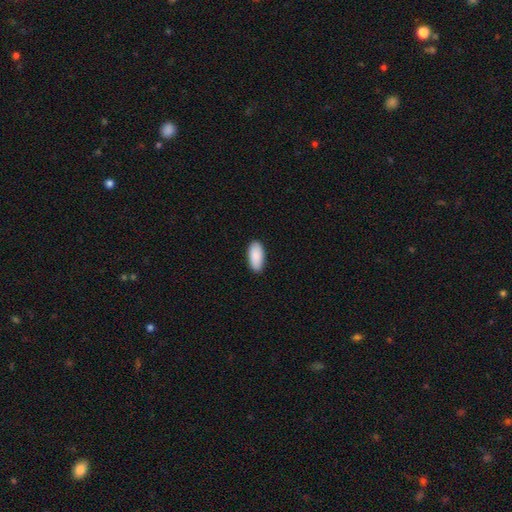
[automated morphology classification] A smooth galaxy with no disk features (91%) that is in between round and cigar-shaped (92%).

Vote fractions:
- Smooth or featured? smooth: 91% / star or artifact: 6% / featured or disk: 4%
- How rounded? in between: 92% / cigar-shaped: 6% / round: 2%
- Merging? none: 87% / minor disturbance: 10% / major disturbance: 2% / merger: 1%